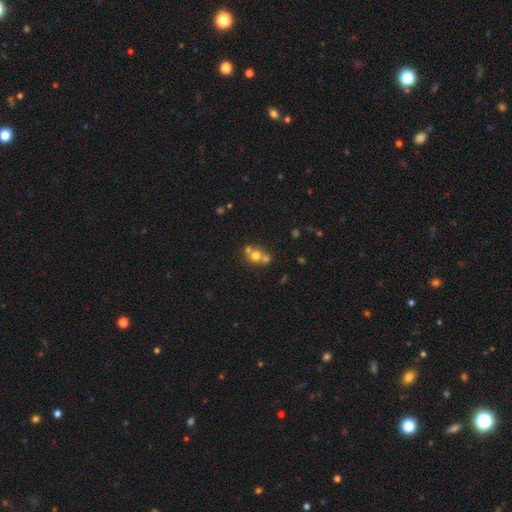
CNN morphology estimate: smooth-or-featured: smooth: 62% | featured or disk: 22% | star or artifact: 16%
  how-rounded: round: 80% | in between: 19% | cigar-shaped: 1%
  merging: merger: 50% | none: 40% | minor disturbance: 7% | major disturbance: 3%